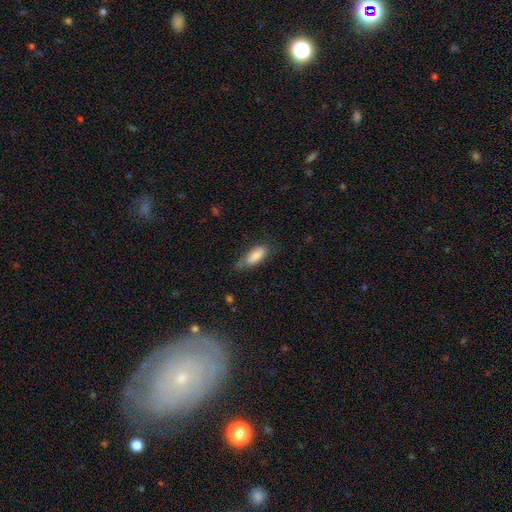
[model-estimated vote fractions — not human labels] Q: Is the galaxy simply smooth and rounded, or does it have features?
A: smooth — 83%.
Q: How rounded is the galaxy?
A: in between — 72%.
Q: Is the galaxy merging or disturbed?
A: none — 55%.